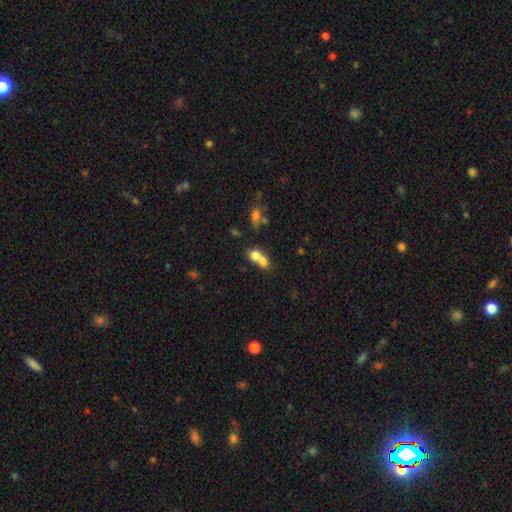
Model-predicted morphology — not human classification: Overall: smooth (74%). How rounded: round (65%; in between 33%). Merging: merger (69%).